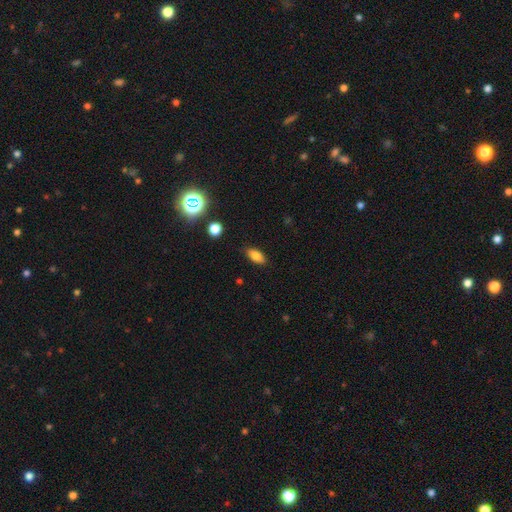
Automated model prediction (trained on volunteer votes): smooth 82%, star or artifact 11%, featured or disk 8%. Down the decision tree: how rounded — in between (86%); merging — none (86%).